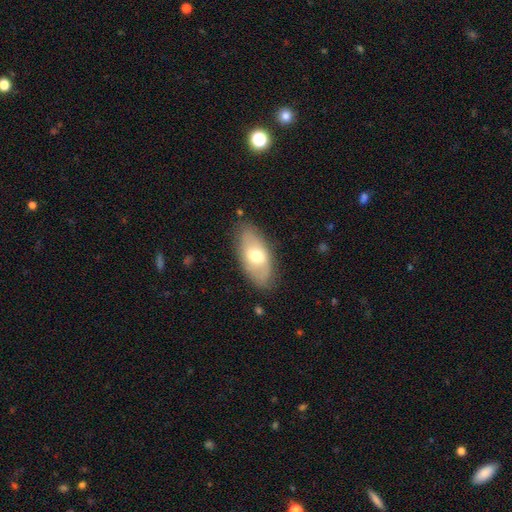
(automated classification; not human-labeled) Morphology: type=smooth (59%); roundness=in between (91%); merging=none (81%).